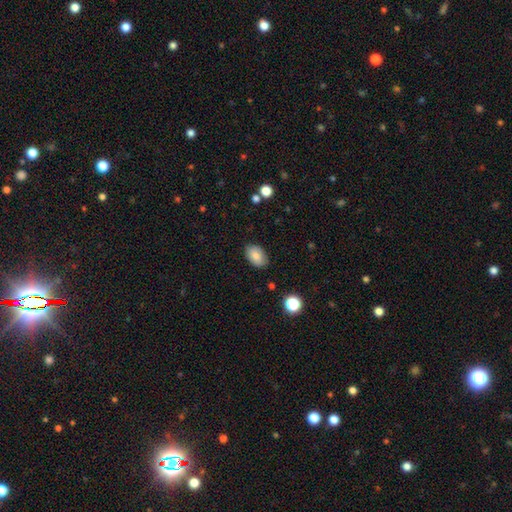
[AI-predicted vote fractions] Smooth or featured?
  - smooth: 83% *
  - featured or disk: 9%
  - star or artifact: 8%
How rounded?
  - in between: 86% *
  - round: 13%
  - cigar-shaped: 1%
Merging?
  - none: 85% *
  - minor disturbance: 11%
  - major disturbance: 2%
  - merger: 1%